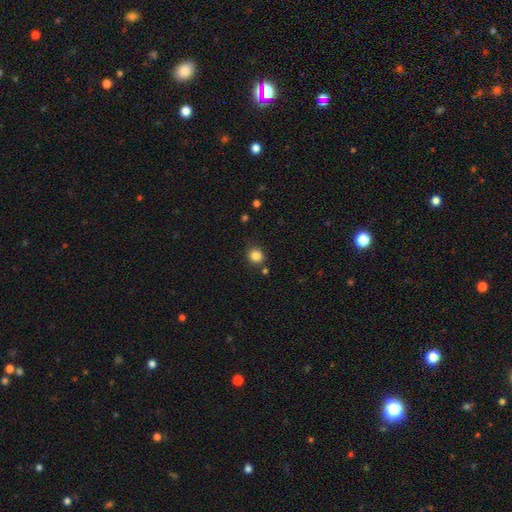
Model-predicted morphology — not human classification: Smooth or featured? Predicted: smooth (p=0.84). How rounded? Predicted: round (p=0.85). Merging? Predicted: none (p=0.83).